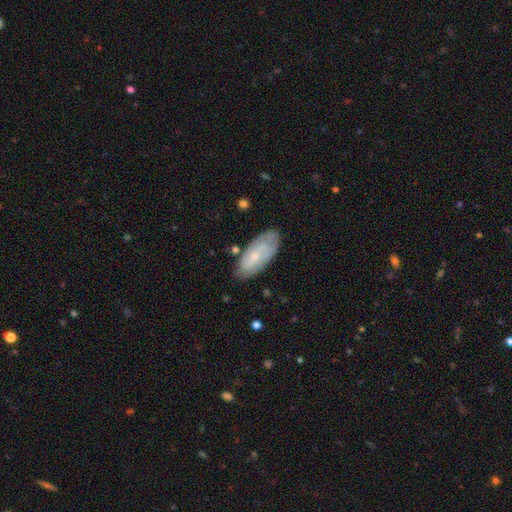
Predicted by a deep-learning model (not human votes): smooth-or-featured: featured or disk: 57% | smooth: 37% | star or artifact: 6%
  disk-edge-on: no: 91% | yes: 9%
    bar: no: 67% | weak: 28% | strong: 5%
    has-spiral-arms: yes: 81% | no: 19%
    bulge-size: small: 72% | moderate: 20% | none: 6% | large: 1% | dominant: 1%
  merging: none: 77% | minor disturbance: 17% | major disturbance: 4% | merger: 2%